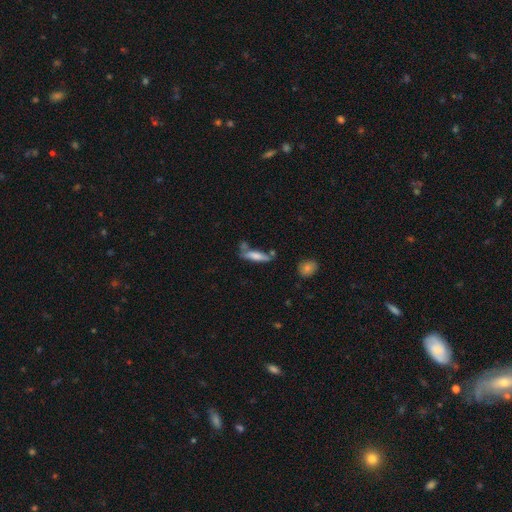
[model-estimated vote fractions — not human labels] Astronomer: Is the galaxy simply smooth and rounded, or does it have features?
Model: smooth — 68%.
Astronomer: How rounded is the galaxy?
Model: cigar-shaped — 69%.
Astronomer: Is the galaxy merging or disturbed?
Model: none — 54%.